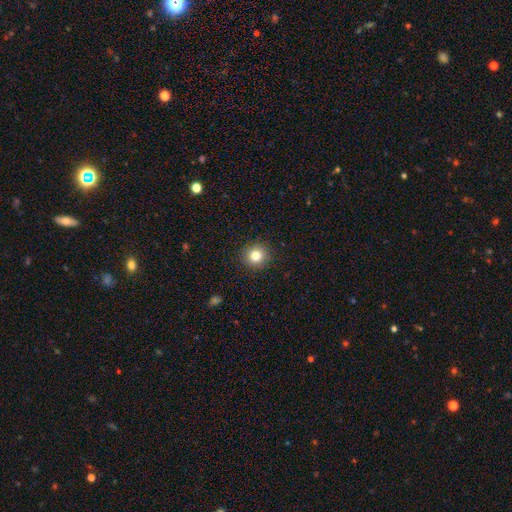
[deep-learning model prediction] Morphology: type=smooth (83%); roundness=round (92%); merging=none (92%).